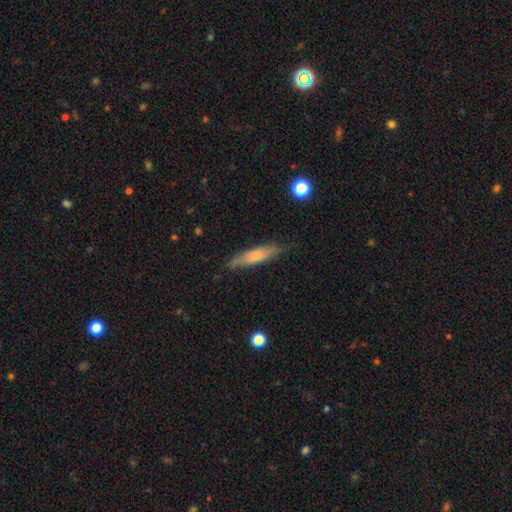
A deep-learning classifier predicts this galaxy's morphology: smooth 68%, featured or disk 26%, star or artifact 6%. Down the decision tree: how rounded — cigar-shaped (80%); merging — none (77%).